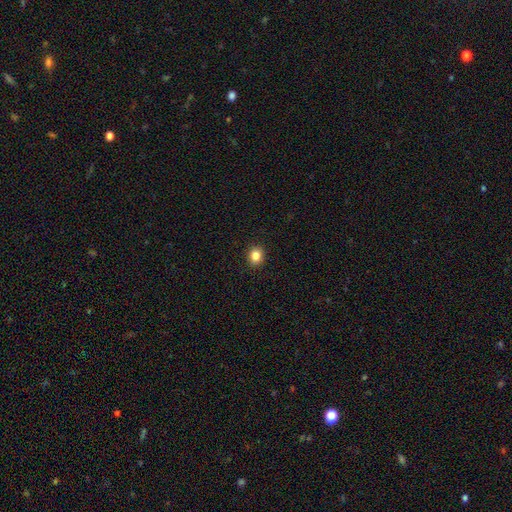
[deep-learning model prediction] smooth_or_featured: smooth (p=0.84) [alt: star or artifact p=0.11]
how_rounded: round (p=0.70) [alt: in between p=0.29]
merging: none (p=0.92) [alt: minor disturbance p=0.05]